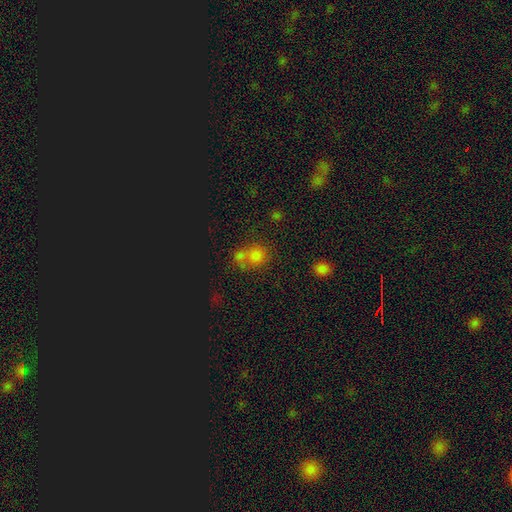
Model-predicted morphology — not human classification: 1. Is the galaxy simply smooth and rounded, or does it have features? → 73% smooth, 17% star or artifact, 10% featured or disk.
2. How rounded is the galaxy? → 73% round, 26% in between, 1% cigar-shaped.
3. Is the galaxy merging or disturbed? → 44% merger, 40% none, 10% minor disturbance, 6% major disturbance.